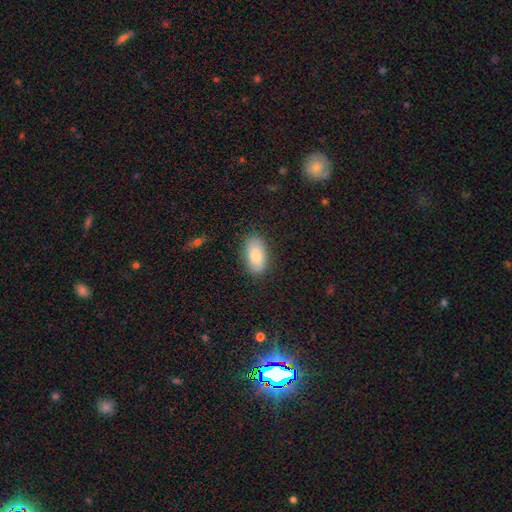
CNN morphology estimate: Smooth or featured?
  - smooth: 81% *
  - featured or disk: 12%
  - star or artifact: 7%
How rounded?
  - in between: 93% *
  - round: 5%
  - cigar-shaped: 3%
Merging?
  - none: 85% *
  - minor disturbance: 11%
  - major disturbance: 3%
  - merger: 1%